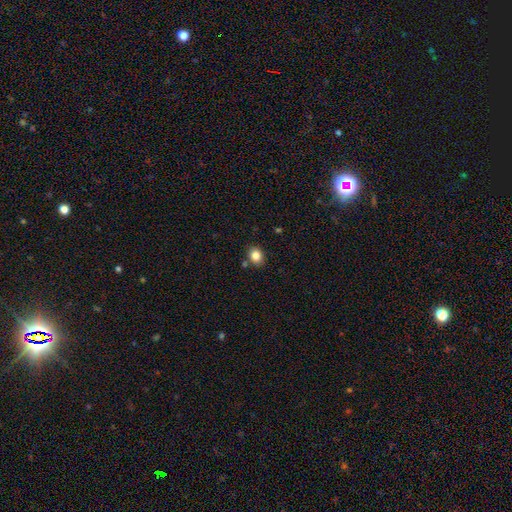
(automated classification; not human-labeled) A smooth galaxy with no disk features (83%) that is round (52%). Merging: none (81%).